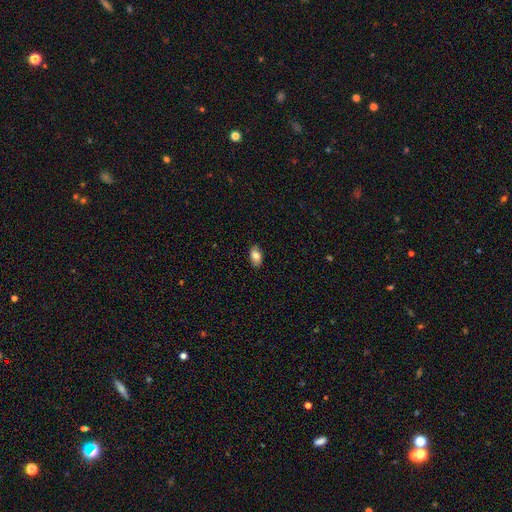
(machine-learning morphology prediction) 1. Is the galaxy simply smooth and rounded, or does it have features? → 81% smooth, 11% featured or disk, 7% star or artifact.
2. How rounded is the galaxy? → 93% in between, 5% round, 2% cigar-shaped.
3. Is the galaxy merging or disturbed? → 87% none, 10% minor disturbance, 2% major disturbance, 1% merger.